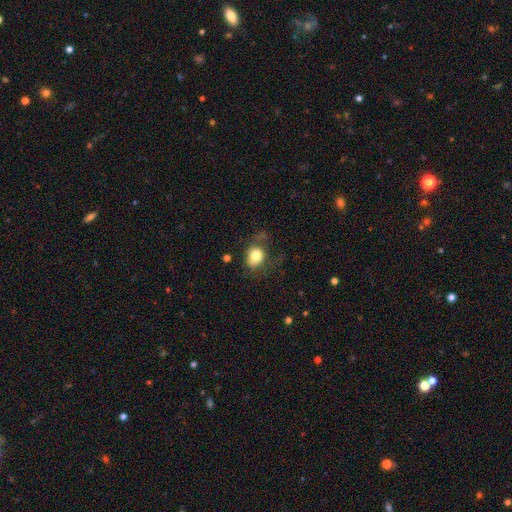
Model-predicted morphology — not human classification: smooth 78%, featured or disk 12%, star or artifact 9%. Down the decision tree: how rounded — round (52%); merging — none (48%).